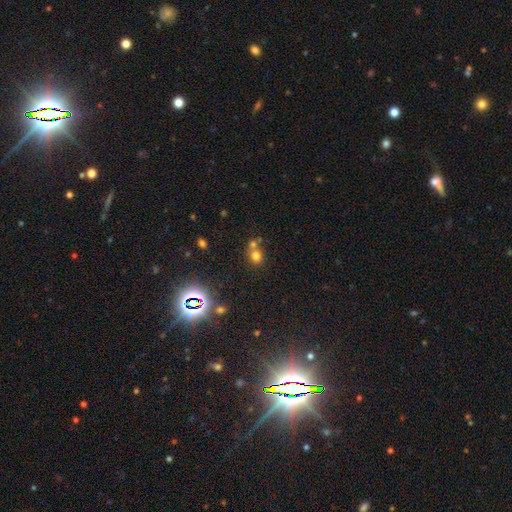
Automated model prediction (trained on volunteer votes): Smooth or featured? smooth (72%)
How rounded? round (71%)
Merging? none (48%)